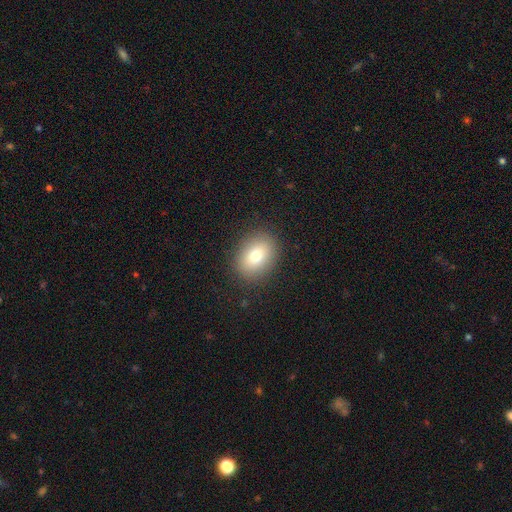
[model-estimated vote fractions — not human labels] This is likely a smooth galaxy (77%). How rounded: likely in between (64%). Merging: clearly none (89%).